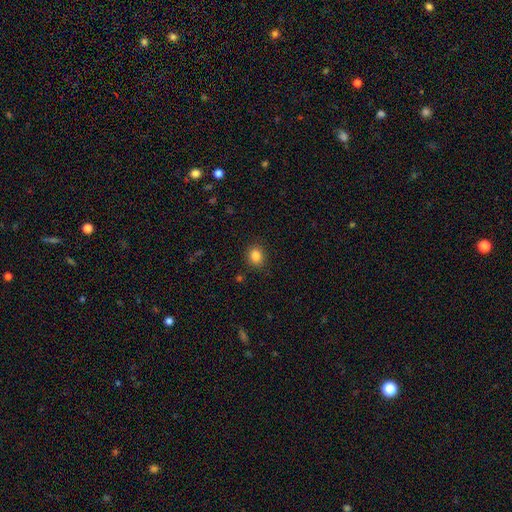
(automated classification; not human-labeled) smooth_or_featured: smooth (p=0.85) [alt: star or artifact p=0.11]
how_rounded: round (p=0.67) [alt: in between p=0.32]
merging: none (p=0.88) [alt: minor disturbance p=0.08]